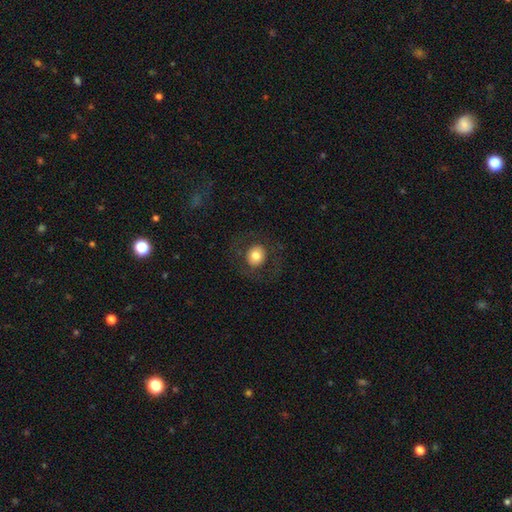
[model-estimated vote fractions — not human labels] smooth 72%, featured or disk 19%, star or artifact 9%. Down the decision tree: how rounded — round (84%); merging — none (82%).